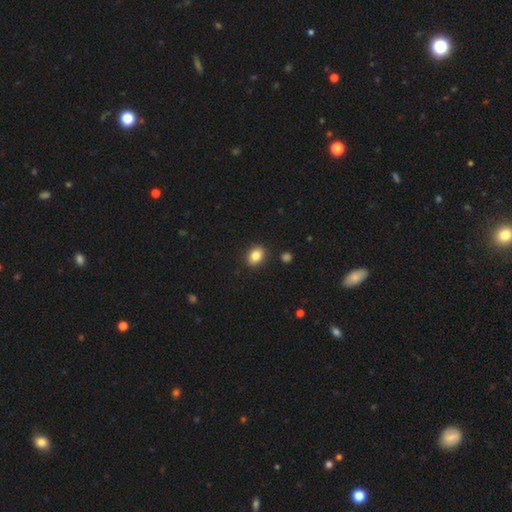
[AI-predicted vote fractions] The model was most divided on "how rounded": in between: 69%, round: 30%, cigar-shaped: 1%. More confident: merging — none (88%); smooth or featured — smooth (84%).